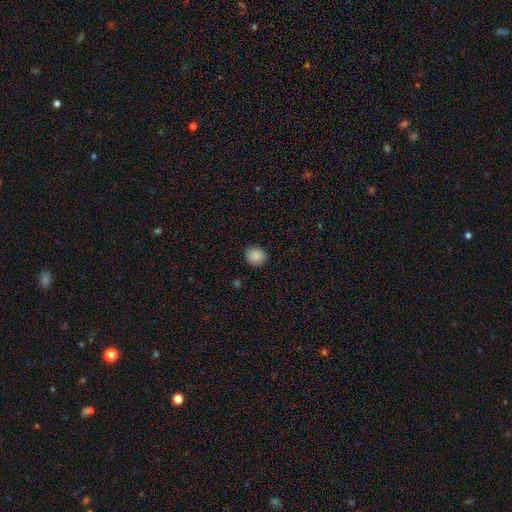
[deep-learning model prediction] This is clearly a smooth galaxy (88%). How rounded: clearly round (82%). Merging: clearly none (89%).